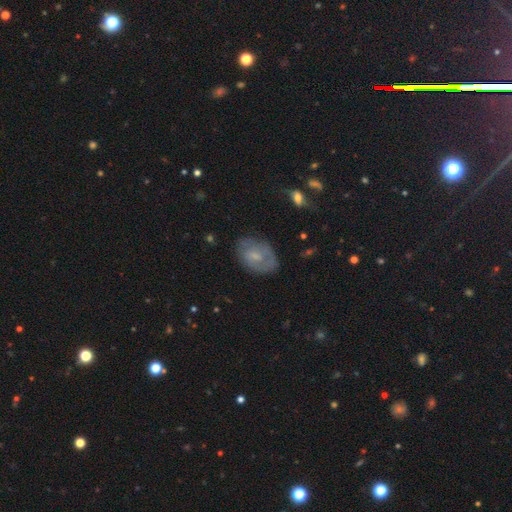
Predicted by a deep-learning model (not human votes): Smooth or featured? smooth (47%)
Merging? none (68%)